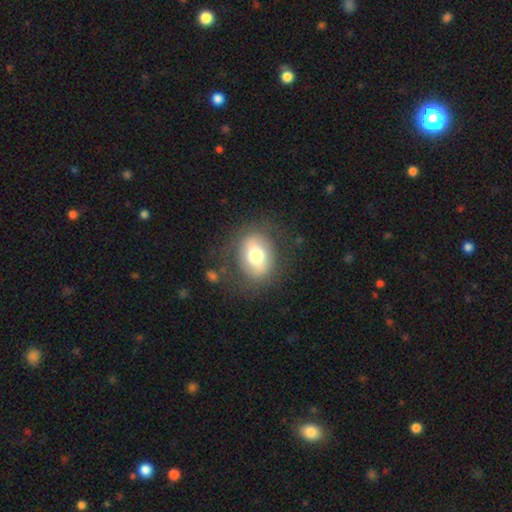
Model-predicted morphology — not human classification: smooth 64%, featured or disk 28%, star or artifact 9%. Down the decision tree: how rounded — in between (54%); merging — none (75%).